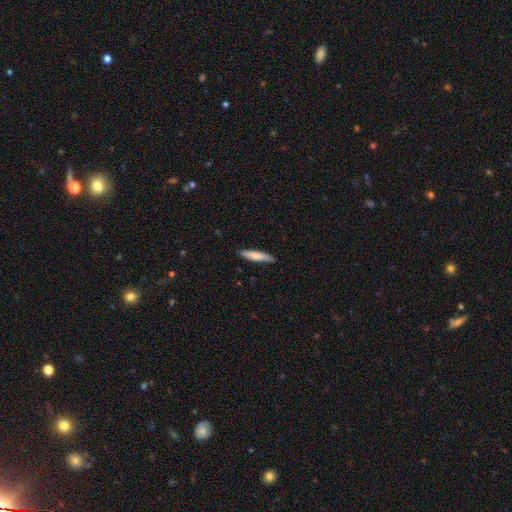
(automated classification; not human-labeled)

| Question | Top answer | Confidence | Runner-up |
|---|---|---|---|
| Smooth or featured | smooth | 75% | featured or disk (20%) |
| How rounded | cigar-shaped | 86% | in between (12%) |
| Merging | none | 88% | minor disturbance (9%) |